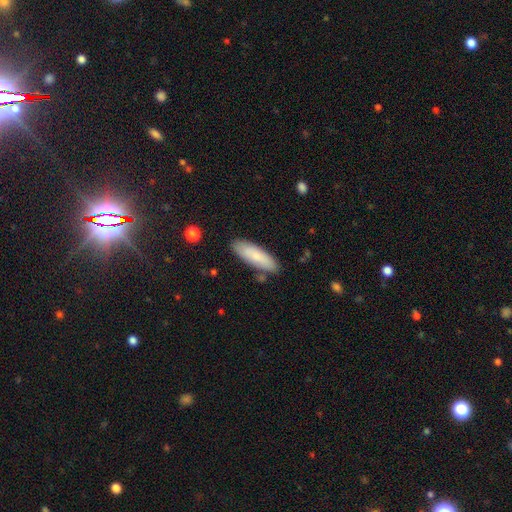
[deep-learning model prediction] smooth-or-featured: smooth: 80% | featured or disk: 14% | star or artifact: 6%
  how-rounded: in between: 49% (tied) | cigar-shaped: 49% (tied) | round: 1%
  merging: none: 83% | minor disturbance: 12% | merger: 3% | major disturbance: 2%